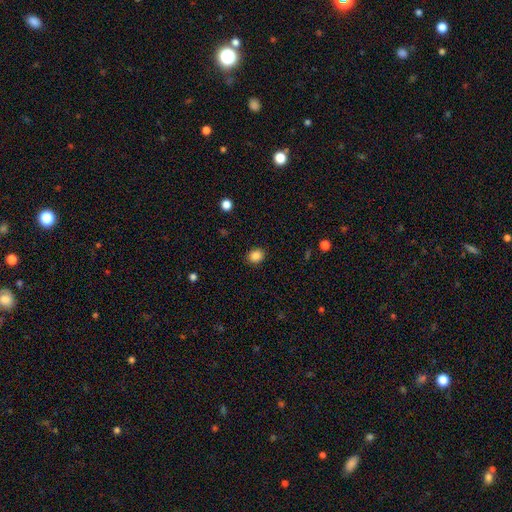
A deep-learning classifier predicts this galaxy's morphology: The model was most divided on "how rounded": round: 66%, in between: 34%, cigar-shaped: 1%. More confident: merging — none (90%); smooth or featured — smooth (86%).